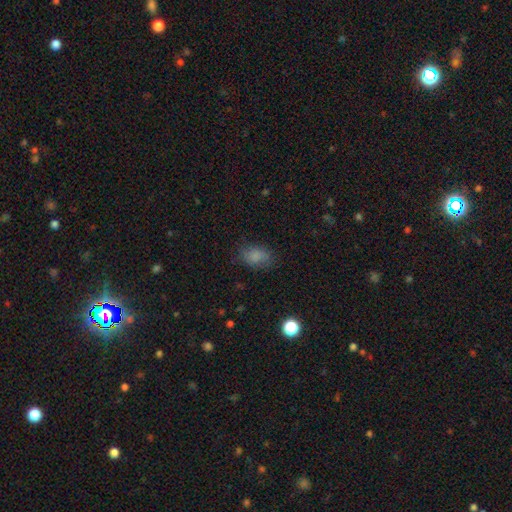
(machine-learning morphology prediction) The model was most divided on "merging": none: 75%, minor disturbance: 18%, major disturbance: 6%, merger: 1%. More confident: smooth or featured — smooth (82%); how rounded — in between (79%).